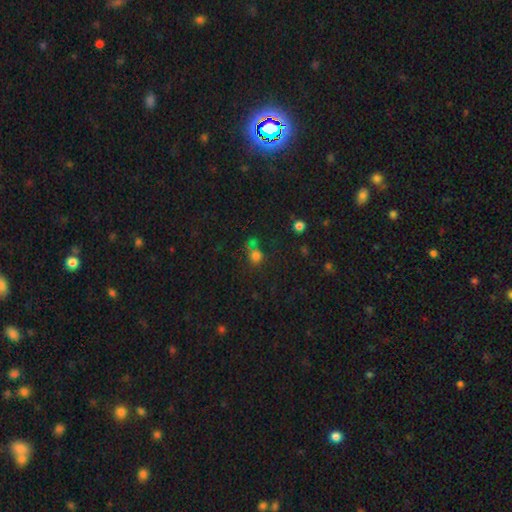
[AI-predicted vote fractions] A smooth galaxy with no disk features (72%) that is round (82%).

Vote fractions:
- Smooth or featured? smooth: 72% / star or artifact: 20% / featured or disk: 8%
- How rounded? round: 82% / in between: 17% / cigar-shaped: 1%
- Merging? none: 52% / merger: 28% / minor disturbance: 13% / major disturbance: 8%